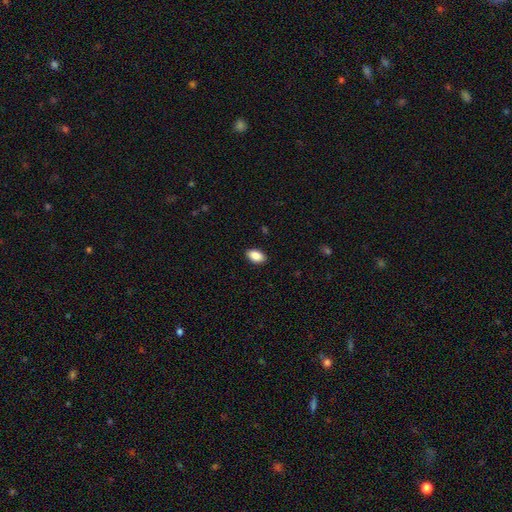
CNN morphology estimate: Smooth or featured?
  - smooth: 89% *
  - star or artifact: 7%
  - featured or disk: 4%
How rounded?
  - in between: 92% *
  - round: 6%
  - cigar-shaped: 2%
Merging?
  - none: 89% *
  - minor disturbance: 8%
  - major disturbance: 2%
  - merger: 1%